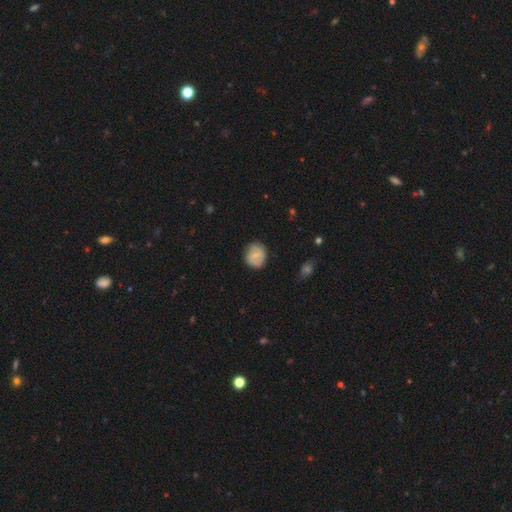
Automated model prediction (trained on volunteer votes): smooth 58%, featured or disk 35%, star or artifact 7%. Down the decision tree: how rounded — round (75%); merging — none (78%).